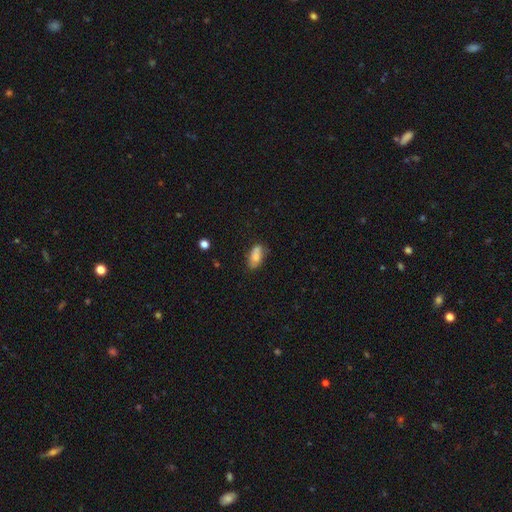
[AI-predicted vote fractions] Smooth or featured? smooth (78%)
How rounded? in between (84%)
Merging? none (65%)